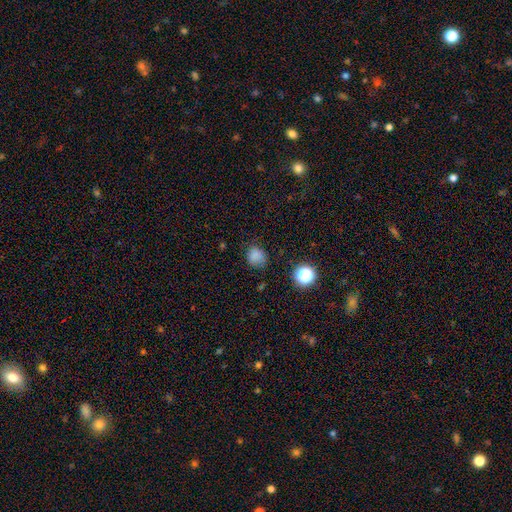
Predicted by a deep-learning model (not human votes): smooth 80%, star or artifact 15%, featured or disk 5%. Down the decision tree: how rounded — round (77%); merging — none (73%).